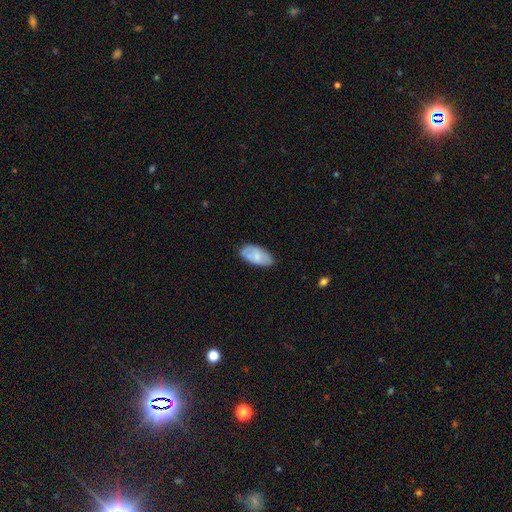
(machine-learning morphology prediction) A smooth galaxy with no disk features (67%) that is in between round and cigar-shaped (94%). Merging: none (71%).